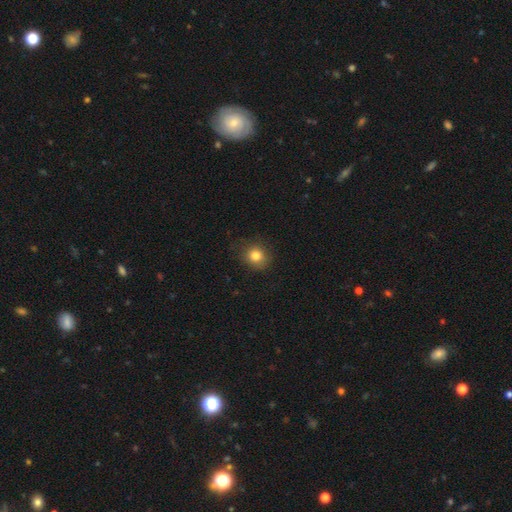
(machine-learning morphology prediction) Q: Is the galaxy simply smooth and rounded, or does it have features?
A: smooth — 82%.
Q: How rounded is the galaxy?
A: round — 77%.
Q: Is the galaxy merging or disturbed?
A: none — 83%.